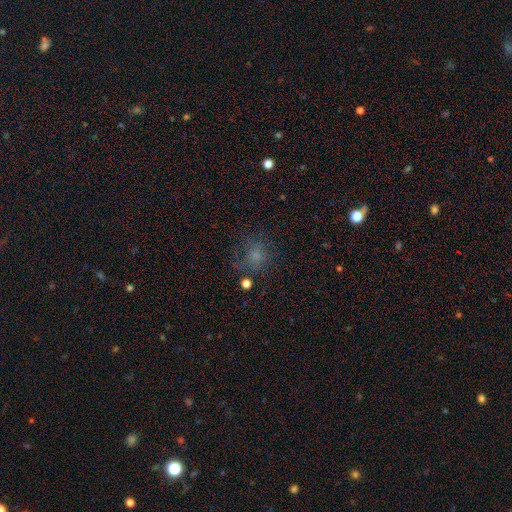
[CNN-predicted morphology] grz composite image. It shows a smooth galaxy with no disk features (56%) that is round (74%). Merging: none (54%).